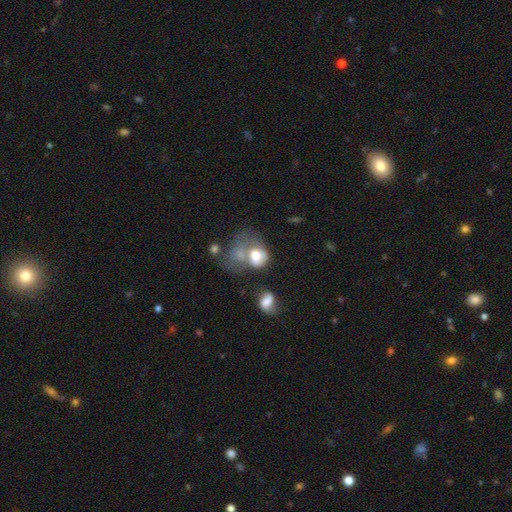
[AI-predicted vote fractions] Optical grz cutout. It shows a smooth galaxy with no disk features (61%) that is in between round and cigar-shaped (54%). Merging: merger (37%).